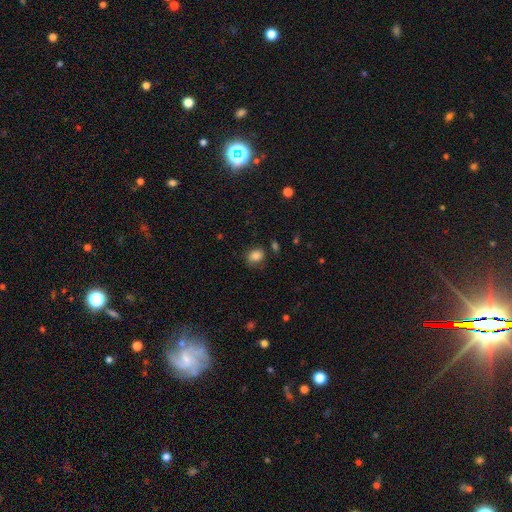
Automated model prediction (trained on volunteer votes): This is clearly a smooth galaxy (82%). How rounded: possibly round (52%). Merging: likely none (73%).